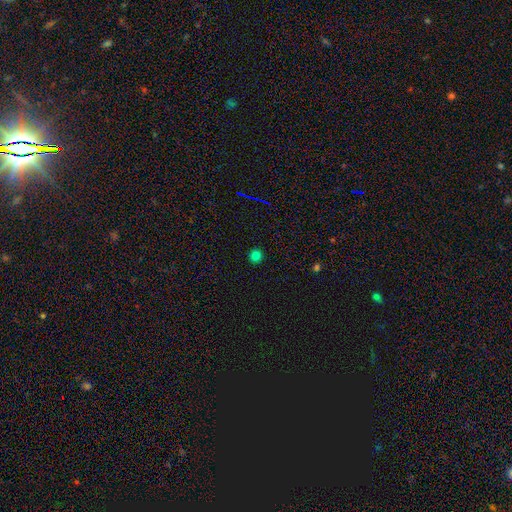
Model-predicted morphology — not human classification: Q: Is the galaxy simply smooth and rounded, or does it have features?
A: smooth — 78%.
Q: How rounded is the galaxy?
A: round — 93%.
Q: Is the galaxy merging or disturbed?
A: none — 92%.